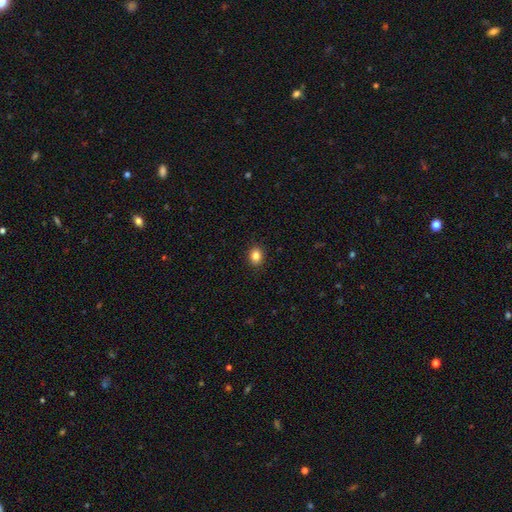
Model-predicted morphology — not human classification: This appears to be a smooth galaxy with no disk features (84%) that is round (60%). Merging: none (91%).